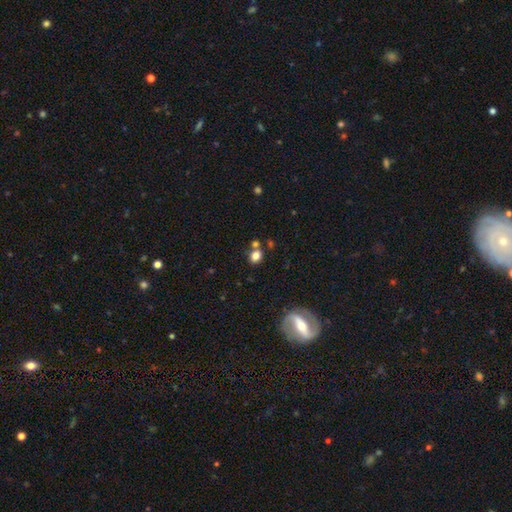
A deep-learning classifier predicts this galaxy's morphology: Overall: smooth (79%). How rounded: round (53%; in between 46%). Merging: none (65%).